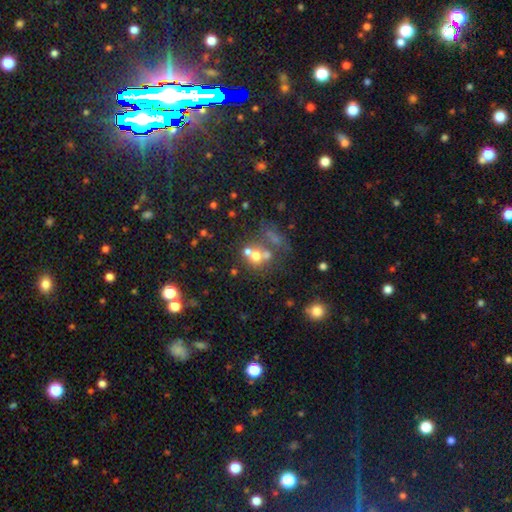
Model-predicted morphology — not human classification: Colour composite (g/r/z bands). It shows a smooth galaxy with no disk features (54%) that is round (77%). Merging: merger (42%).